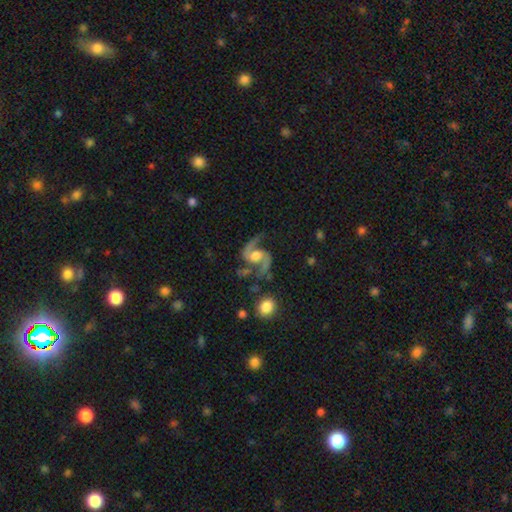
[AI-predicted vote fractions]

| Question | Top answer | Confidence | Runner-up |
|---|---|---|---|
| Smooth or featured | featured or disk | 91% | star or artifact (5%) |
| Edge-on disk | no | 98% | yes (2%) |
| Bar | no | 46% | weak (39%) |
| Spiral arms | yes | 98% | no (2%) |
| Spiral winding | medium | 51% | loose (41%) |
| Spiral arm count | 2 | 94% | 1 (2%) |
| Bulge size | moderate | 62% | large (17%) |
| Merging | none | 68% | minor disturbance (17%) |